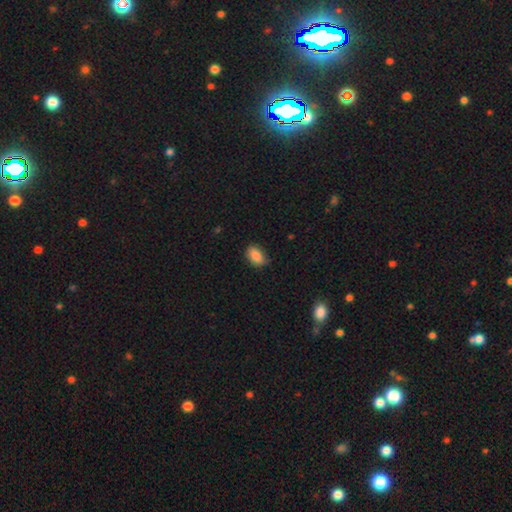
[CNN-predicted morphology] smooth_or_featured: smooth (p=0.86) [alt: star or artifact p=0.07]
how_rounded: in between (p=0.89) [alt: round p=0.08]
merging: none (p=0.73) [alt: minor disturbance p=0.22]